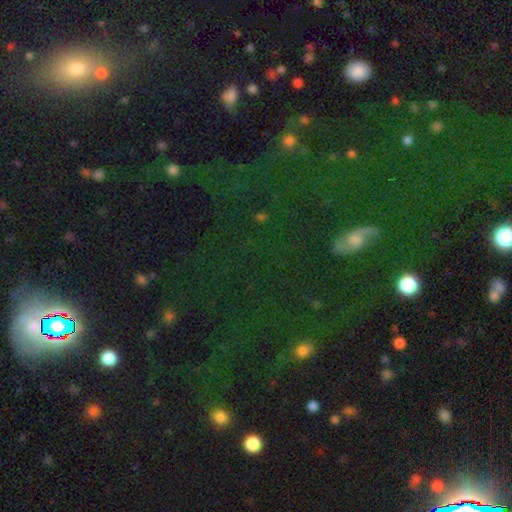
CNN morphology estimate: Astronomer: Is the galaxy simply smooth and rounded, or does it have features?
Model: star or artifact — 57%.